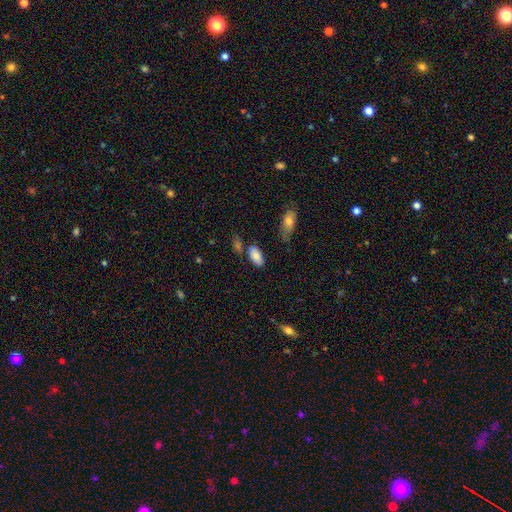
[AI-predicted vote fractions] A smooth galaxy with no disk features (83%) that is in between round and cigar-shaped (94%). Merging: none (67%).